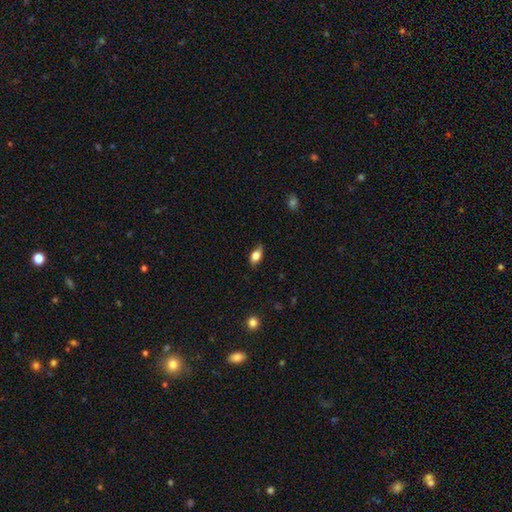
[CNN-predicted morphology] smooth 72%, featured or disk 20%, star or artifact 8%. Down the decision tree: how rounded — in between (83%); merging — none (75%).